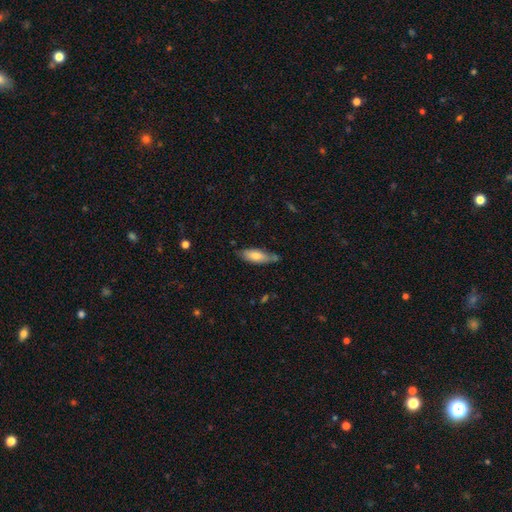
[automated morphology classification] Q: Smooth or featured?
A: smooth (73%); runner-up: featured or disk (21%)
Q: How rounded?
A: in between (63%); runner-up: cigar-shaped (35%)
Q: Merging?
A: none (65%); runner-up: minor disturbance (24%)